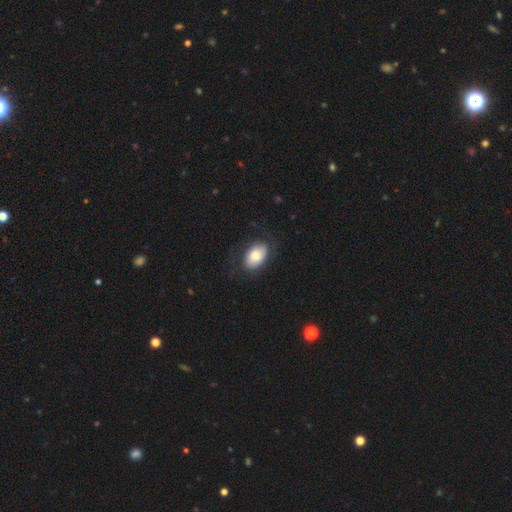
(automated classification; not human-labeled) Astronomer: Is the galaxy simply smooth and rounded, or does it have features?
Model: smooth — 72%.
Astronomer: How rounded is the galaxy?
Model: in between — 87%.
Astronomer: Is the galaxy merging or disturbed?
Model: none — 72%.